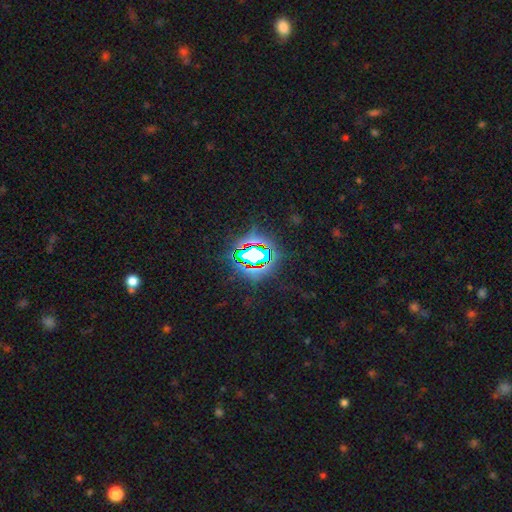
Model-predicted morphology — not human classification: Smooth or featured? Predicted: star or artifact (p=0.76).